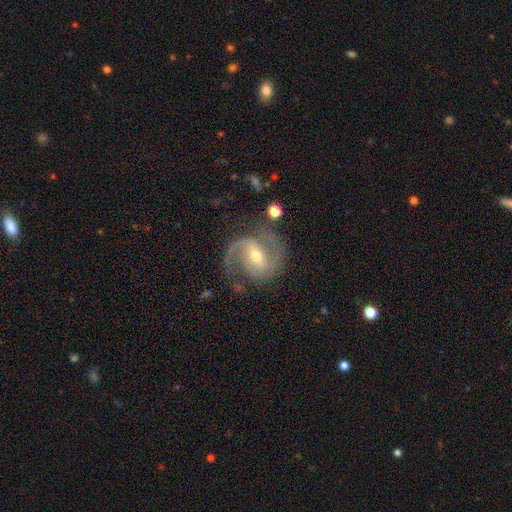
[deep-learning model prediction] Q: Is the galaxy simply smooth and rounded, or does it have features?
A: featured or disk — 90%.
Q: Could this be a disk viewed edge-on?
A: no — 97%.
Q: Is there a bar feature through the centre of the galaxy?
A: weak — 44%.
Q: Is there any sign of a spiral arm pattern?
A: yes — 97%.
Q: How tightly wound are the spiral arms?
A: medium — 57%.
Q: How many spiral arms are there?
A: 2 — 87%.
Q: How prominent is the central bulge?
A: moderate — 55%.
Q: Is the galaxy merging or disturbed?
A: none — 73%.